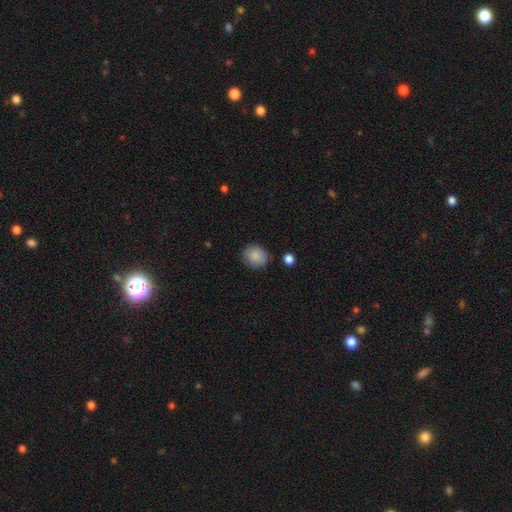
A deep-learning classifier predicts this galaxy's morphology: Smooth or featured: smooth — 87% (star or artifact — 7%)
How rounded: round — 79% (in between — 20%)
Merging: none — 81% (minor disturbance — 13%)